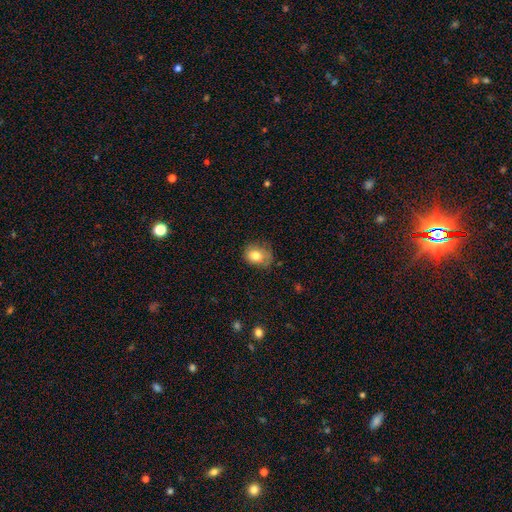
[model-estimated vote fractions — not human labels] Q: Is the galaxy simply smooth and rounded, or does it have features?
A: smooth — 78%.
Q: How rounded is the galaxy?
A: round — 52%.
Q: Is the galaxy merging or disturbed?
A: none — 55%.